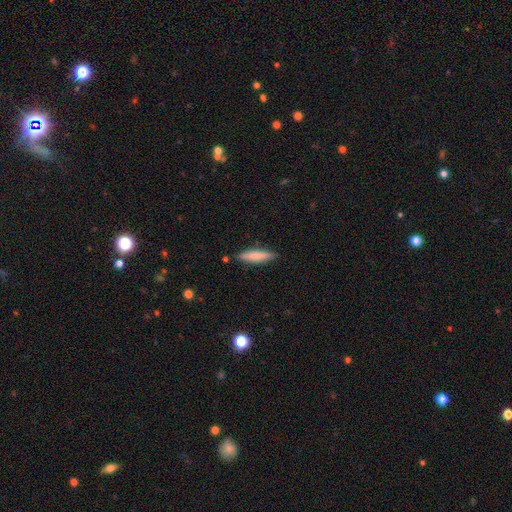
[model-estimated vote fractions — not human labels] Q: Smooth or featured?
A: smooth (76%); runner-up: featured or disk (18%)
Q: How rounded?
A: cigar-shaped (81%); runner-up: in between (18%)
Q: Merging?
A: none (86%); runner-up: minor disturbance (10%)